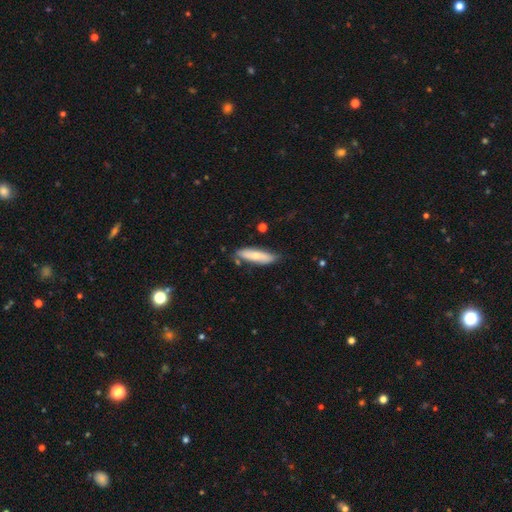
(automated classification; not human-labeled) Morphology: type=smooth (66%); roundness=cigar-shaped (59%); merging=none (73%).